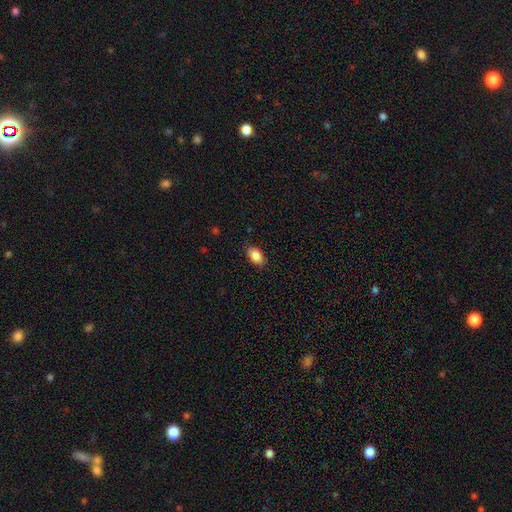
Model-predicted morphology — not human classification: The model was most divided on "merging": none: 83%, minor disturbance: 13%, major disturbance: 3%, merger: 1%. More confident: how rounded — in between (89%); smooth or featured — smooth (88%).